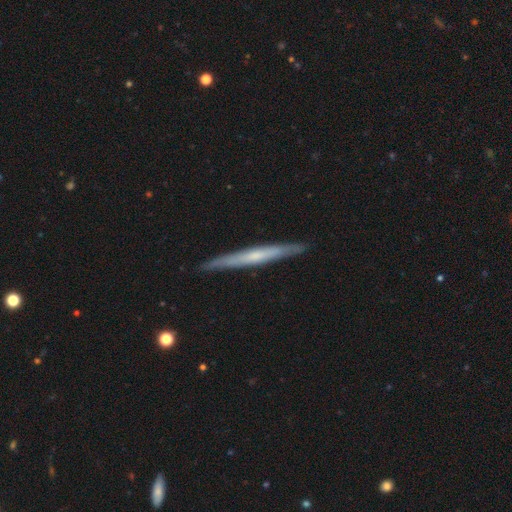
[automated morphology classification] Smooth or featured? featured or disk (58%)
Edge-on disk? yes (95%)
Edge-on bulge? none (65%)
Merging? none (91%)